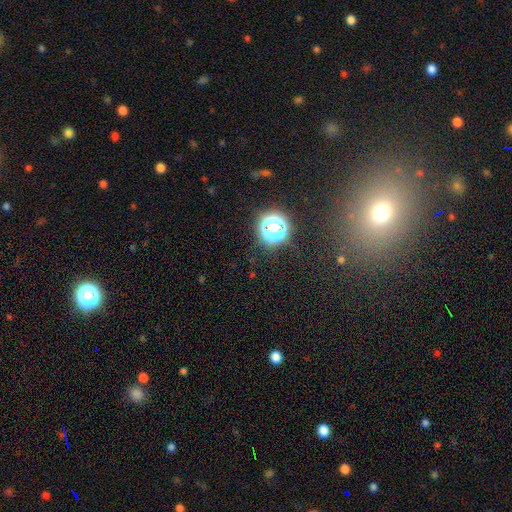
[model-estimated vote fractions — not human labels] This is likely a star or artifact rather than a galaxy (62%).